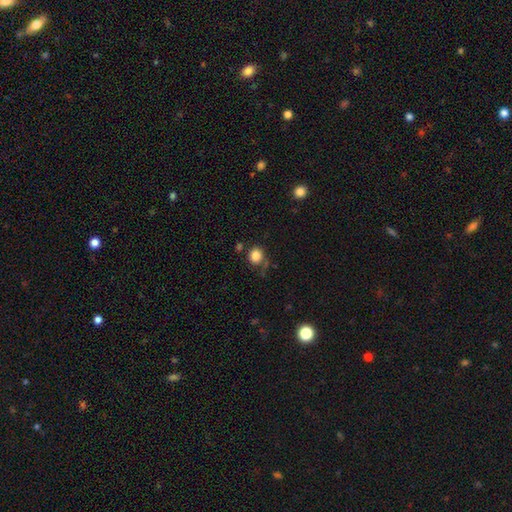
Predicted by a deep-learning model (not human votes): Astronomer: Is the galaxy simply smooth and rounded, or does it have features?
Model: smooth — 84%.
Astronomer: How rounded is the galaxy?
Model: round — 83%.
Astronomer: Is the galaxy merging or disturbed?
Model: none — 73%.